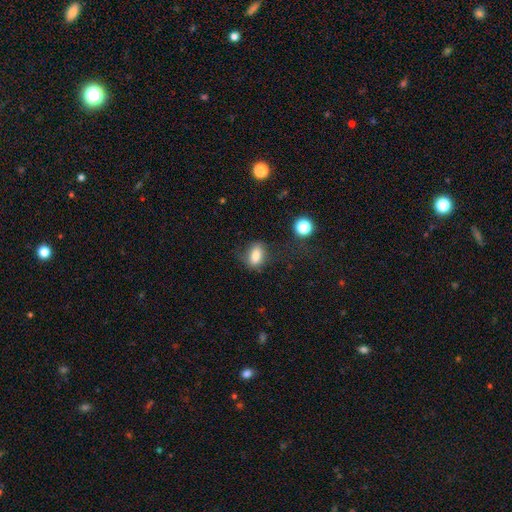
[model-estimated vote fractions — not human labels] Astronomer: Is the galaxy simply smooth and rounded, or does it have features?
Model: smooth — 81%.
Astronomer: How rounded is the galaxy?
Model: in between — 82%.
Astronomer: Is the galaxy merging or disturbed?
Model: none — 67%.